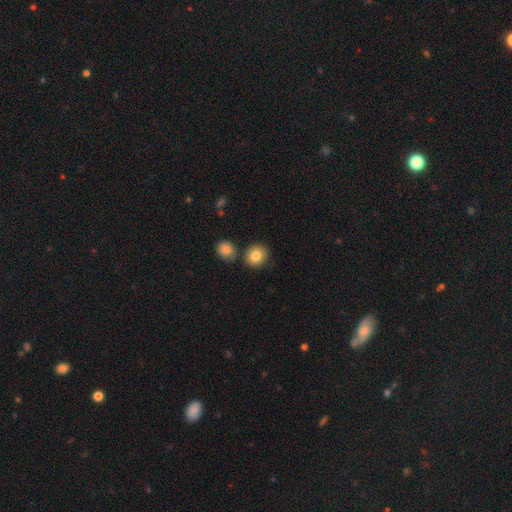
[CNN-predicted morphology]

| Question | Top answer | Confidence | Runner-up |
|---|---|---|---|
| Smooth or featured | smooth | 84% | star or artifact (9%) |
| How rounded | round | 82% | in between (17%) |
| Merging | none | 78% | merger (11%) |